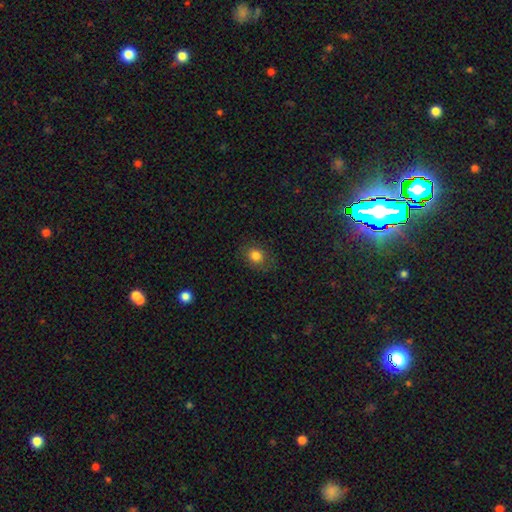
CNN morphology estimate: The model was most divided on "how rounded": round: 64%, in between: 35%, cigar-shaped: 1%. More confident: merging — none (81%); smooth or featured — smooth (81%).